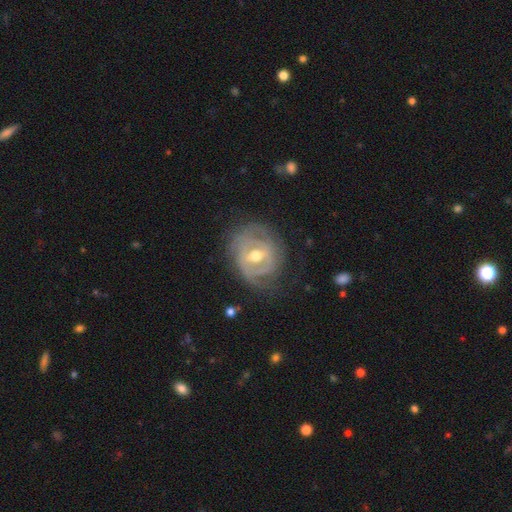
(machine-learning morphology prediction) Smooth or featured? featured or disk (81%)
Edge-on disk? no (96%)
Bar? weak (47%)
Spiral arms? yes (77%)
Spiral winding? tight (60%)
Spiral arm count? 2 (38%)
Bulge size? moderate (76%)
Merging? none (65%)